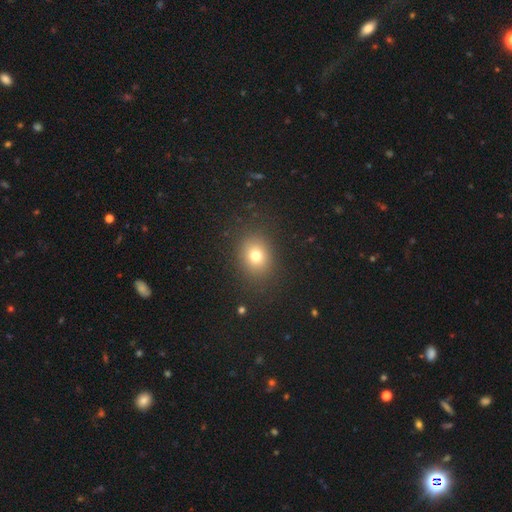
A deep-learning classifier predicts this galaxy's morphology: This is likely a smooth galaxy (74%). How rounded: possibly round (59%). Merging: clearly none (87%).